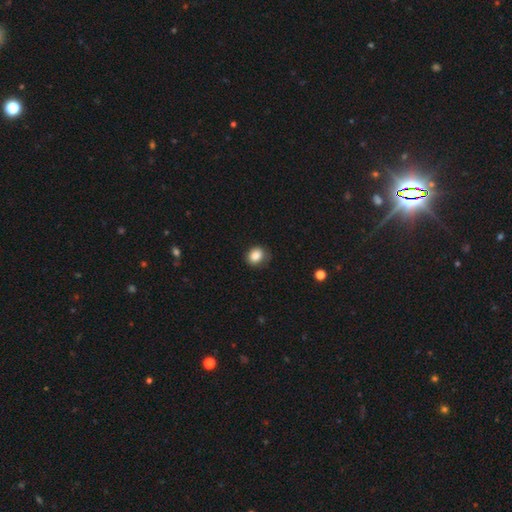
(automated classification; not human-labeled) smooth-or-featured: smooth: 86% | star or artifact: 9% | featured or disk: 4%
  how-rounded: round: 56% | in between: 43% | cigar-shaped: 1%
  merging: none: 76% | minor disturbance: 19% | major disturbance: 4% | merger: 1%